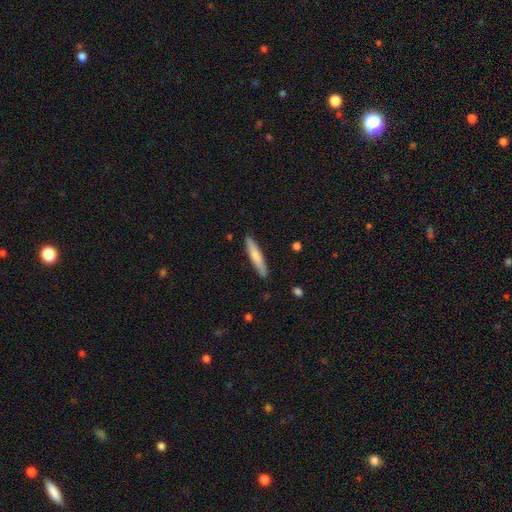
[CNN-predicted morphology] Q: Smooth or featured?
A: smooth (70%); runner-up: featured or disk (24%)
Q: How rounded?
A: cigar-shaped (88%); runner-up: in between (11%)
Q: Merging?
A: none (88%); runner-up: minor disturbance (9%)